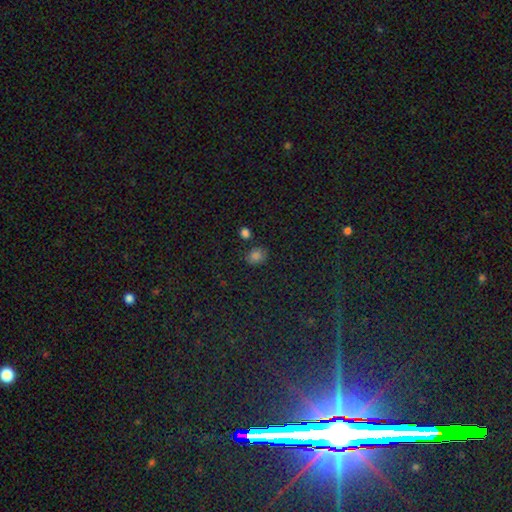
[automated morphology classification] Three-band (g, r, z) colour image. It shows a smooth galaxy with no disk features (78%) that is round (54%). Merging: none (76%).